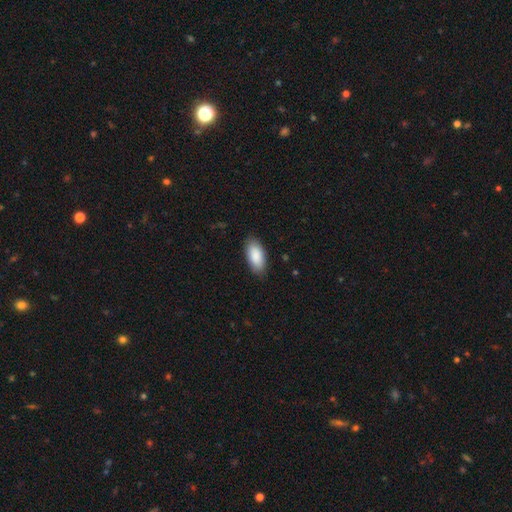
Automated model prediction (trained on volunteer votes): smooth_or_featured: smooth (p=0.90) [alt: star or artifact p=0.05]
how_rounded: in between (p=0.92) [alt: cigar-shaped p=0.06]
merging: none (p=0.86) [alt: minor disturbance p=0.11]